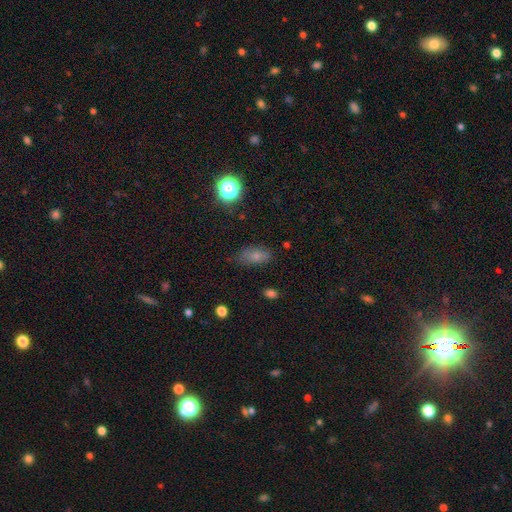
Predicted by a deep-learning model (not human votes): smooth-or-featured: smooth: 73% | star or artifact: 14% | featured or disk: 13%
  how-rounded: in between: 86% | cigar-shaped: 7% | round: 7%
  merging: none: 73% | minor disturbance: 20% | major disturbance: 6% | merger: 2%